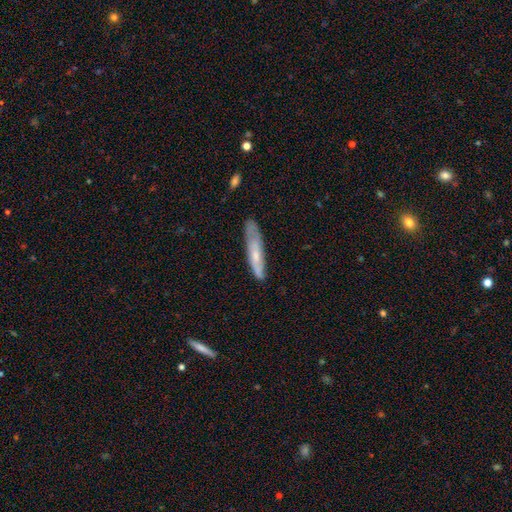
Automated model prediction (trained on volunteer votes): smooth_or_featured: smooth (p=0.56) [alt: featured or disk p=0.38]
how_rounded: cigar-shaped (p=0.84) [alt: in between p=0.14]
merging: none (p=0.69) [alt: minor disturbance p=0.24]